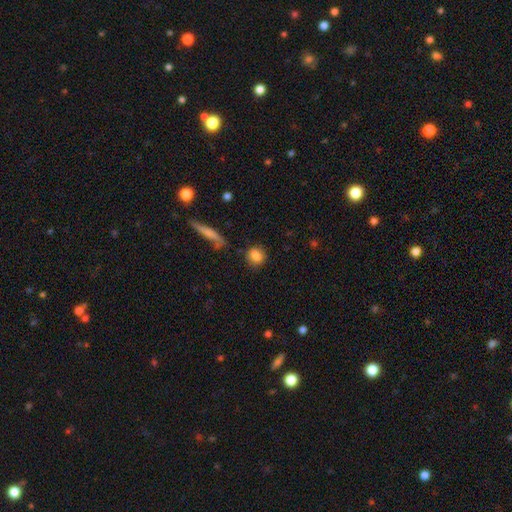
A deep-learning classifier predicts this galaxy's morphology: Q: Smooth or featured?
A: smooth (85%); runner-up: star or artifact (8%)
Q: How rounded?
A: round (74%); runner-up: in between (22%)
Q: Merging?
A: none (81%); runner-up: minor disturbance (12%)